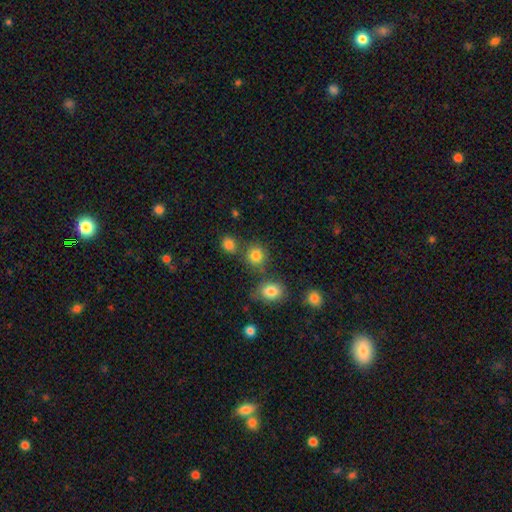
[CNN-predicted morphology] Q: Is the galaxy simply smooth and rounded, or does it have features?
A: smooth — 80%.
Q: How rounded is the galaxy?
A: round — 86%.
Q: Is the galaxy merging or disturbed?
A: none — 70%.